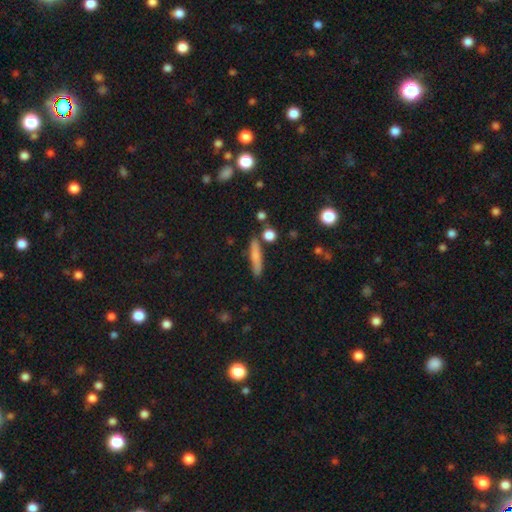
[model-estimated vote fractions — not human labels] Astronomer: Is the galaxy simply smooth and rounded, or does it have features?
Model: smooth — 73%.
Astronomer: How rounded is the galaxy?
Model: cigar-shaped — 88%.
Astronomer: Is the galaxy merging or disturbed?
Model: none — 81%.